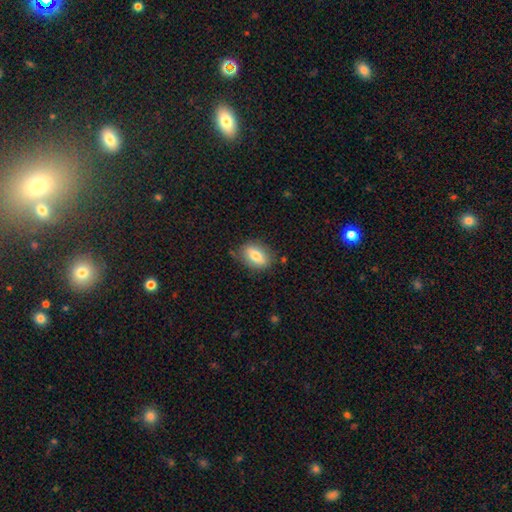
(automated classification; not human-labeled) Smooth or featured? Predicted: smooth (p=0.72). How rounded? Predicted: in between (p=0.81). Merging? Predicted: none (p=0.76).